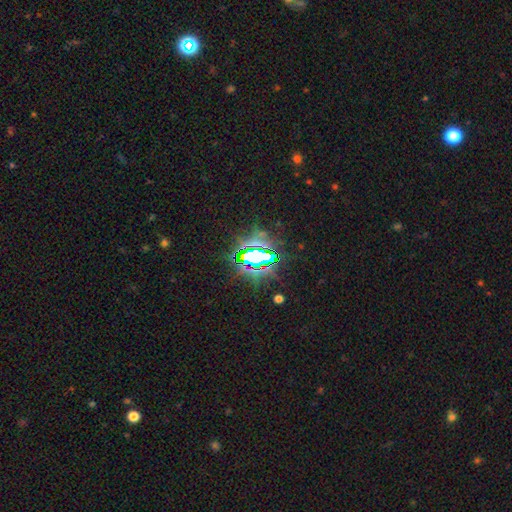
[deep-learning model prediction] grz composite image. It shows a star or artifact, not a galaxy (76%).